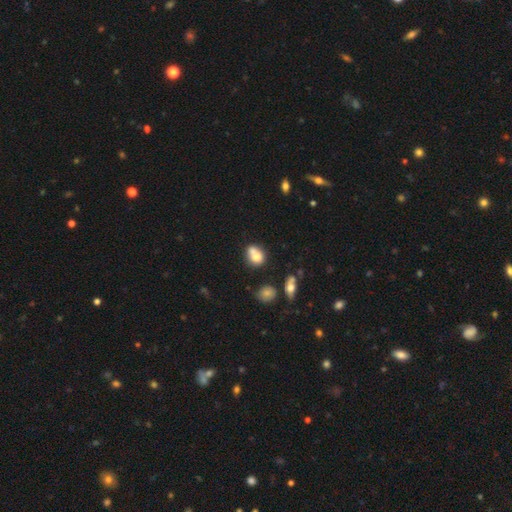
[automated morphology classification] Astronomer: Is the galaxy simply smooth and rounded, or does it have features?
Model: smooth — 72%.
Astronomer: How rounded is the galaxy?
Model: round — 61% (runner-up: in between, 37%).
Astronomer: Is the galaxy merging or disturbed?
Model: merger — 55% (runner-up: none, 31%).